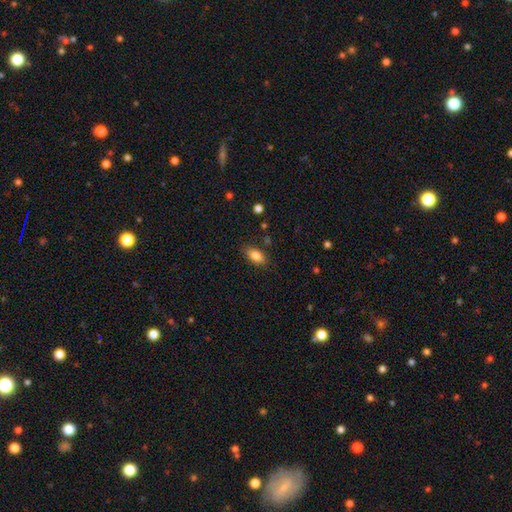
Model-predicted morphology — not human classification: Smooth or featured? Predicted: smooth (p=0.84). How rounded? Predicted: in between (p=0.89). Merging? Predicted: none (p=0.84).